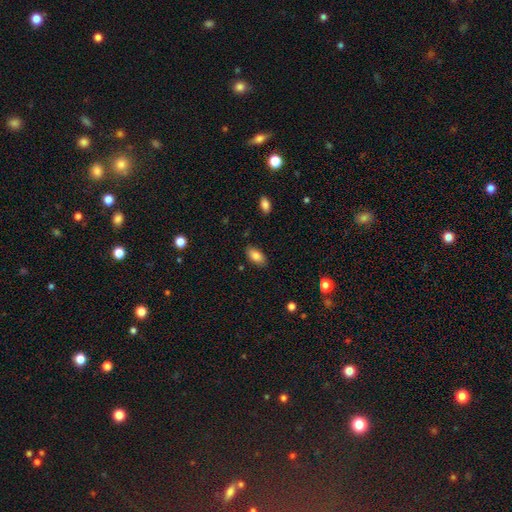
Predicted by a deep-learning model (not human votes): Overall: smooth (83%). How rounded: in between (92%). Merging: none (85%).